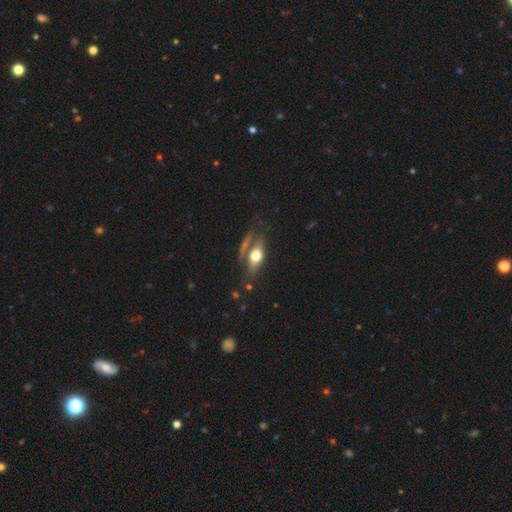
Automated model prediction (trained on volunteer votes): Overall: smooth (60%; featured or disk 31%). How rounded: in between (72%). Merging: none (50%; minor disturbance 20%).